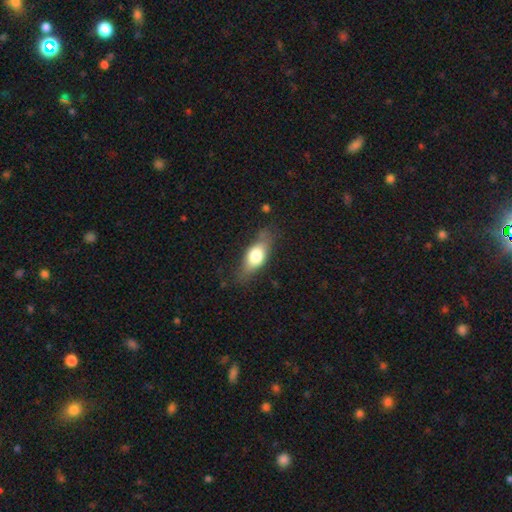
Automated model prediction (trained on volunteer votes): Overall: smooth (67%). How rounded: in between (77%). Merging: none (71%).